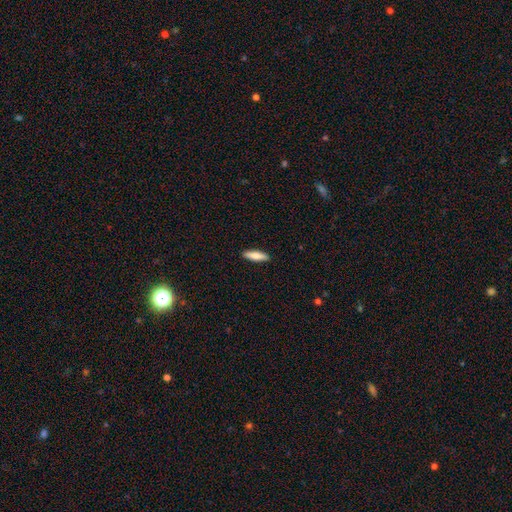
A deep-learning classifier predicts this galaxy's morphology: smooth_or_featured: smooth (p=0.79) [alt: featured or disk p=0.16]
how_rounded: cigar-shaped (p=0.62) [alt: in between p=0.36]
merging: none (p=0.91) [alt: minor disturbance p=0.07]